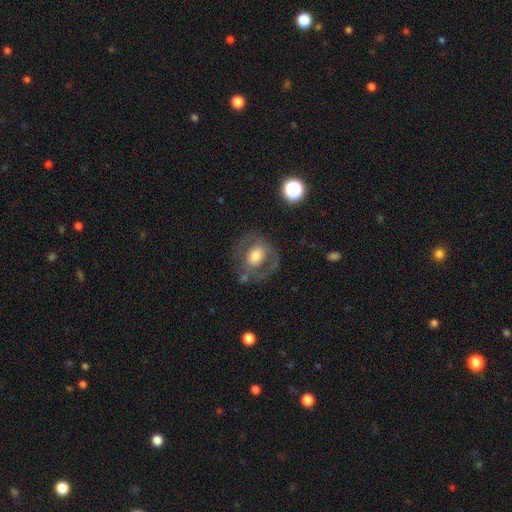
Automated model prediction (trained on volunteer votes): Smooth or featured? featured or disk (47%)
Merging? none (65%)